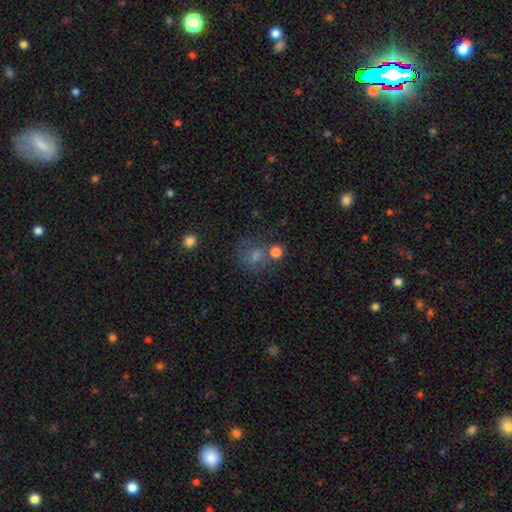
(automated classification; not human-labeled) smooth_or_featured: smooth (p=0.48) [alt: star or artifact p=0.31]
merging: none (p=0.54) [alt: minor disturbance p=0.17]